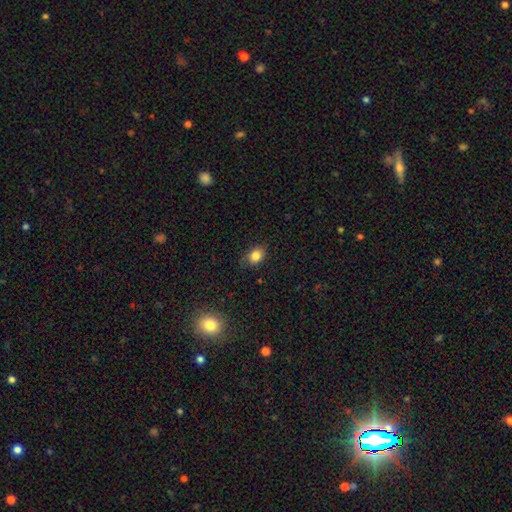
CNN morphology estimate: Overall: smooth (83%). How rounded: in between (64%; round 35%). Merging: none (78%).